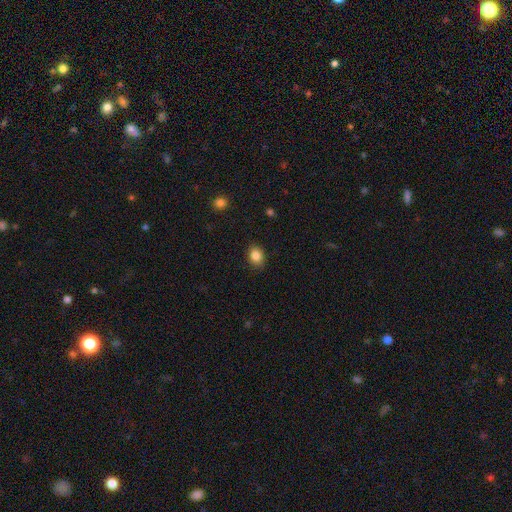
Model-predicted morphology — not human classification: A smooth galaxy with no disk features (85%) that is in between round and cigar-shaped (58%). Merging: none (87%).